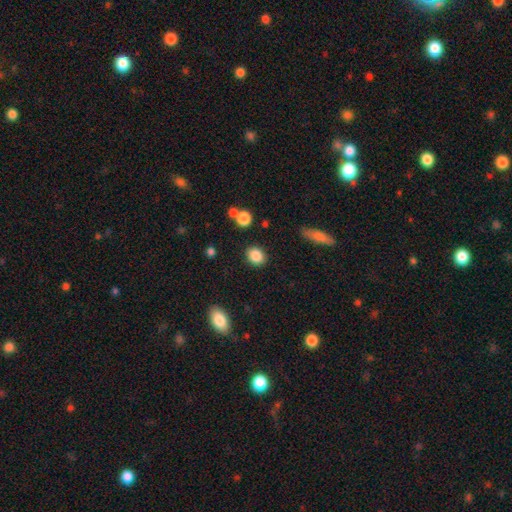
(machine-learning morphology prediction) Overall: smooth (87%). How rounded: round (54%; in between 44%). Merging: none (85%).